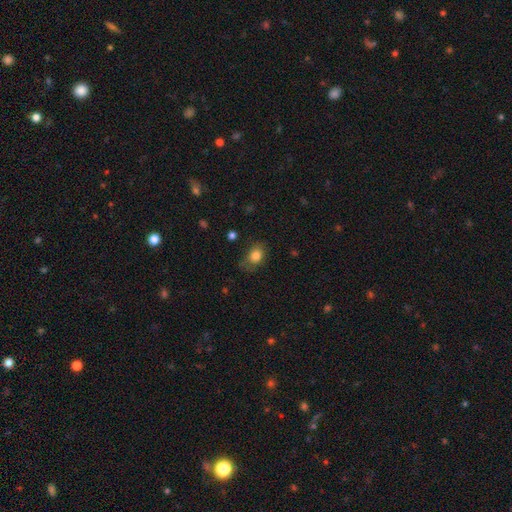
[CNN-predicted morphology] type=smooth (80%); roundness=in between (66%); merging=none (55%).